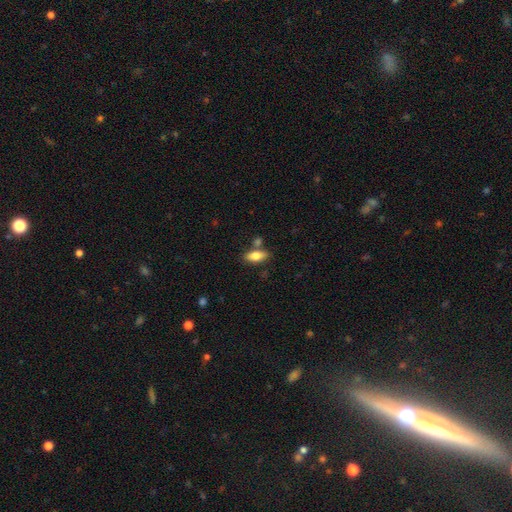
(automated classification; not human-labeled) A smooth galaxy with no disk features (76%) that is in between round and cigar-shaped (83%). Merging: none (72%).